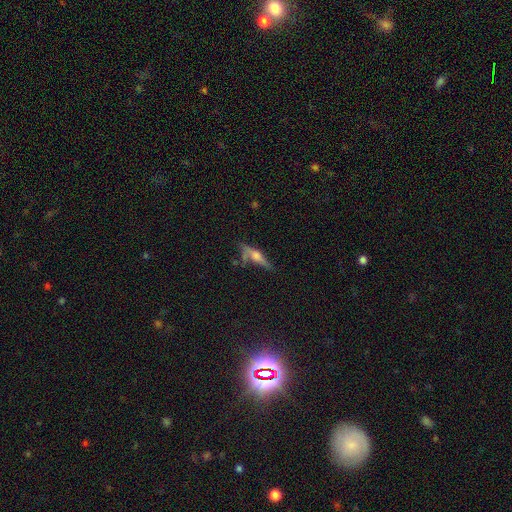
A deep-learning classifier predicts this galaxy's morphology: Overall: featured or disk (57%; smooth 29%). Edge-on disk: yes (86%). Merging: none (54%; minor disturbance 22%).